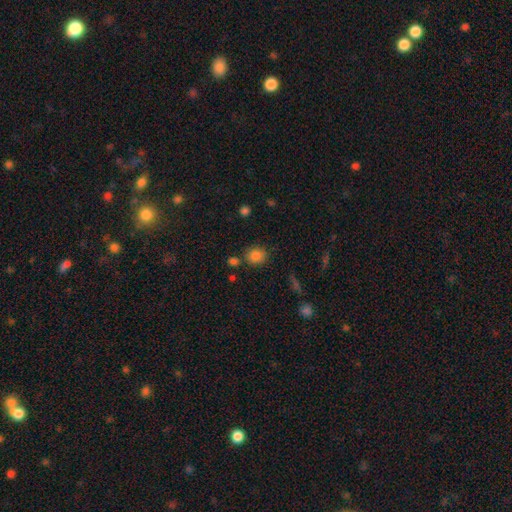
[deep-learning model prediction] A smooth galaxy with no disk features (84%) that is round (76%).

Vote fractions:
- Smooth or featured? smooth: 84% / star or artifact: 11% / featured or disk: 5%
- How rounded? round: 76% / in between: 23% / cigar-shaped: 1%
- Merging? none: 78% / minor disturbance: 11% / merger: 7% / major disturbance: 3%